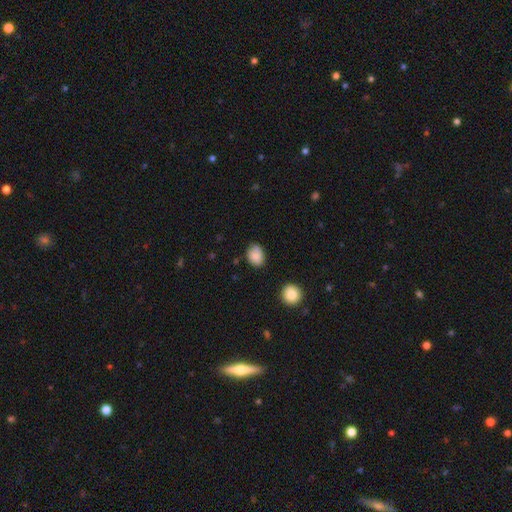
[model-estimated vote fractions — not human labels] smooth 85%, star or artifact 8%, featured or disk 6%. Down the decision tree: how rounded — in between (63%); merging — none (74%).